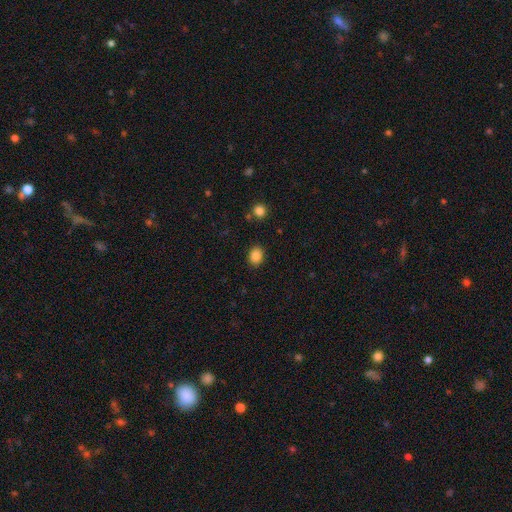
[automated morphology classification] Smooth or featured? Predicted: smooth (p=0.86). How rounded? Predicted: in between (p=0.56). Merging? Predicted: none (p=0.88).